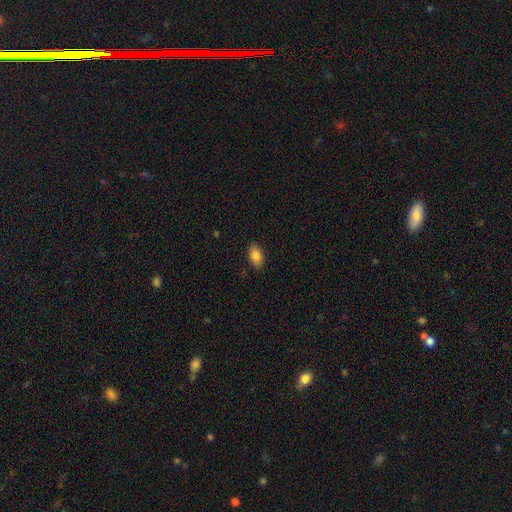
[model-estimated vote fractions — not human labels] A smooth galaxy with no disk features (85%) that is in between round and cigar-shaped (92%).

Vote fractions:
- Smooth or featured? smooth: 85% / star or artifact: 8% / featured or disk: 7%
- How rounded? in between: 92% / round: 6% / cigar-shaped: 2%
- Merging? none: 88% / minor disturbance: 9% / major disturbance: 2% / merger: 1%